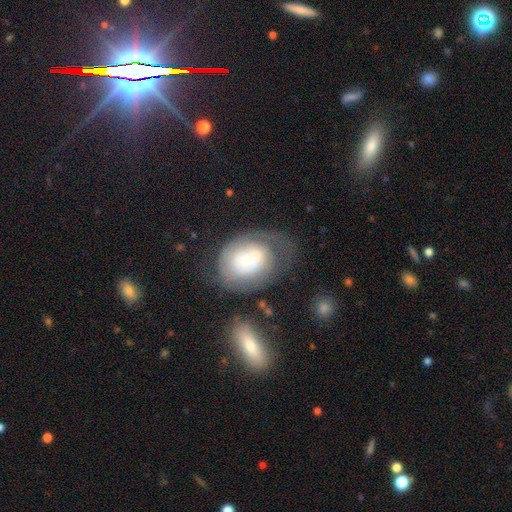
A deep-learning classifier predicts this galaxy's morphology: Overall: featured or disk (56%; smooth 36%). Edge-on disk: no (97%). Bar: no (83%). Spiral arms: yes (64%; no 36%). Bulge size: small (47%; moderate 26%). Merging: none (43%; major disturbance 22%).